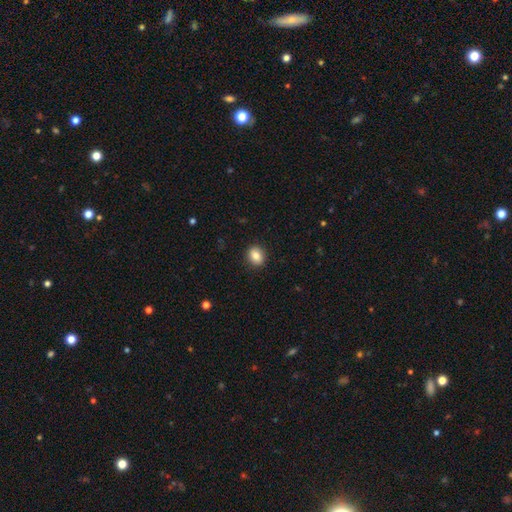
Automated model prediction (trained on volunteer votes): Morphology: type=smooth (85%); roundness=round (57%); merging=none (90%).